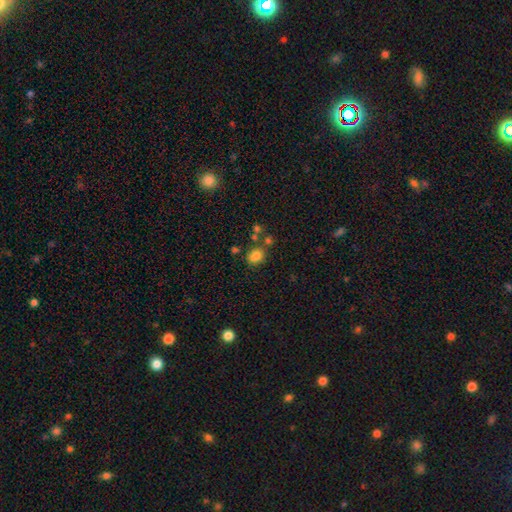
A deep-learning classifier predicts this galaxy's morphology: smooth-or-featured: smooth: 81% | star or artifact: 13% | featured or disk: 6%
  how-rounded: in between: 53% | round: 46% | cigar-shaped: 1%
  merging: none: 69% | minor disturbance: 13% | merger: 13% | major disturbance: 5%